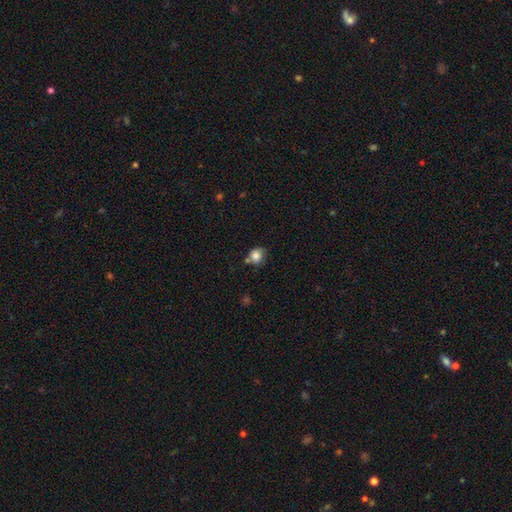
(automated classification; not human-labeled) smooth-or-featured: smooth: 80% | featured or disk: 10% | star or artifact: 10%
  how-rounded: round: 77% | in between: 22% | cigar-shaped: 1%
  merging: none: 60% | minor disturbance: 23% | merger: 12% | major disturbance: 5%